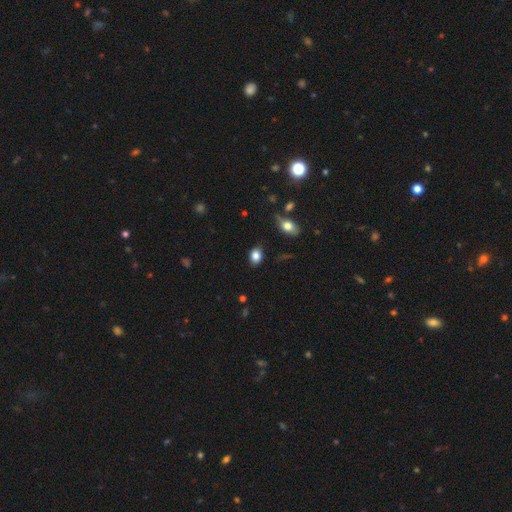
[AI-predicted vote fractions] smooth 83%, star or artifact 9%, featured or disk 8%. Down the decision tree: how rounded — in between (68%); merging — none (84%).